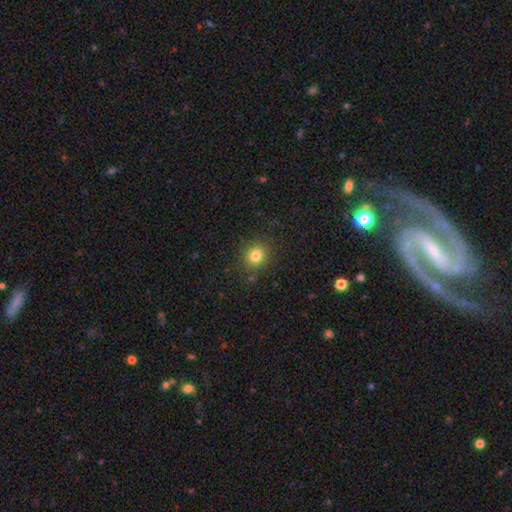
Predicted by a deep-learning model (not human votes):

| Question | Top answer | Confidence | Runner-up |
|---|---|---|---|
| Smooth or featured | smooth | 80% | star or artifact (13%) |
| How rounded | round | 81% | in between (18%) |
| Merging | none | 87% | minor disturbance (8%) |